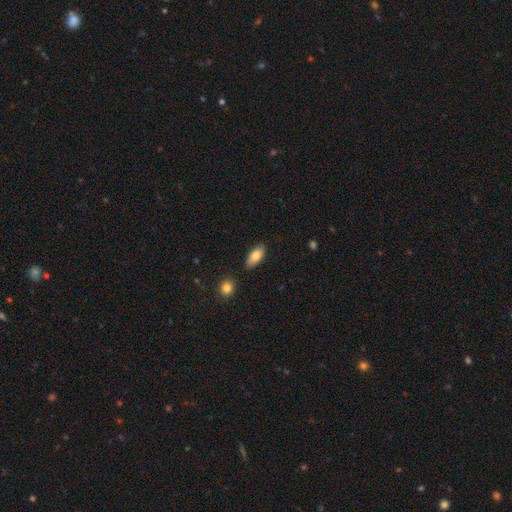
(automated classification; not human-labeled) Smooth or featured? smooth (83%)
How rounded? in between (88%)
Merging? none (83%)